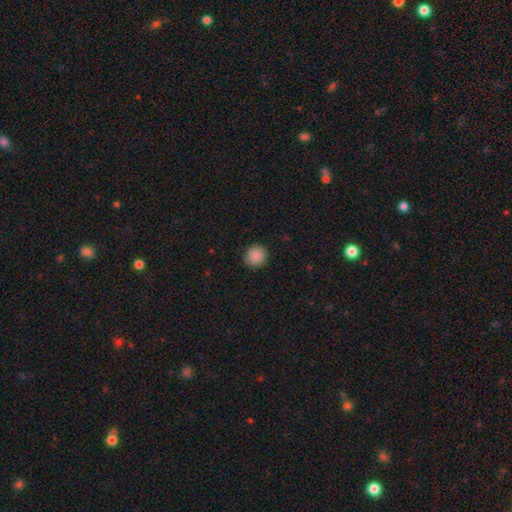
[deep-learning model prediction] Smooth or featured? smooth (88%)
How rounded? round (94%)
Merging? none (92%)